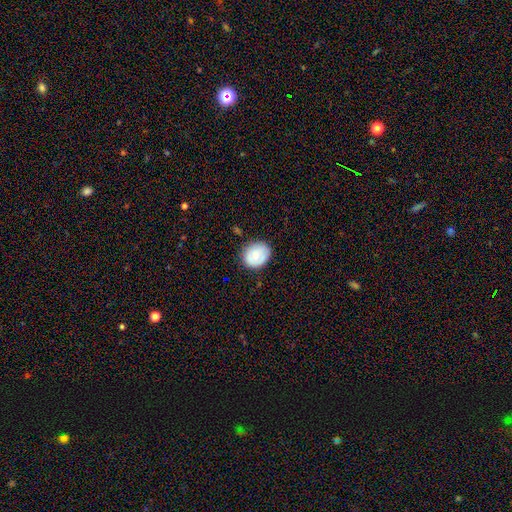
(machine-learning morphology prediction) This appears to be a smooth galaxy with no disk features (74%) that is round (59%). Merging: none (78%).